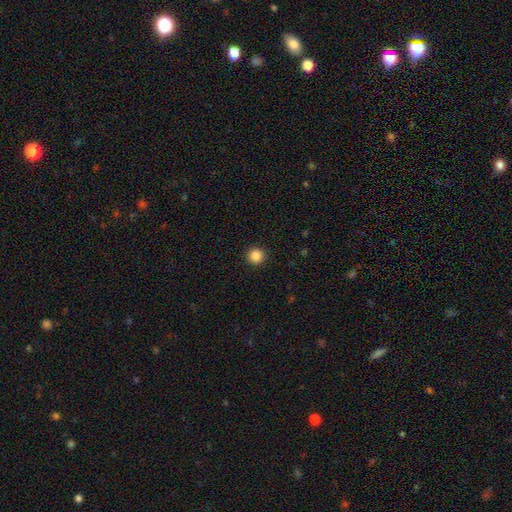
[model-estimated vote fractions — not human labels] smooth 86%, star or artifact 11%, featured or disk 3%. Down the decision tree: how rounded — round (95%); merging — none (93%).